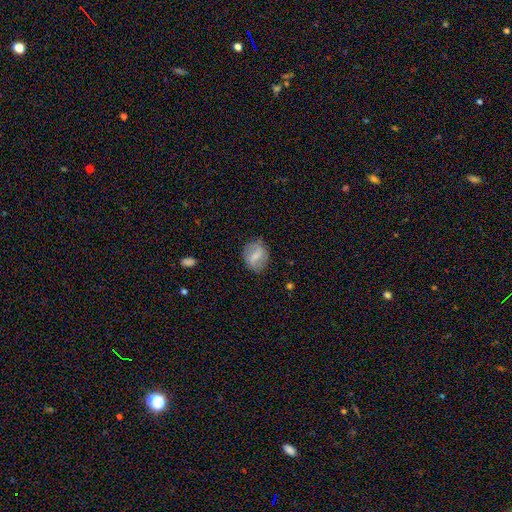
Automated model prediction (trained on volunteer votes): Smooth or featured?
  - smooth: 51% *
  - featured or disk: 41%
  - star or artifact: 8%
How rounded?
  - round: 49% * (tied)
  - in between: 49% * (tied)
  - cigar-shaped: 2%
Merging?
  - none: 77% *
  - minor disturbance: 16%
  - major disturbance: 5%
  - merger: 1%